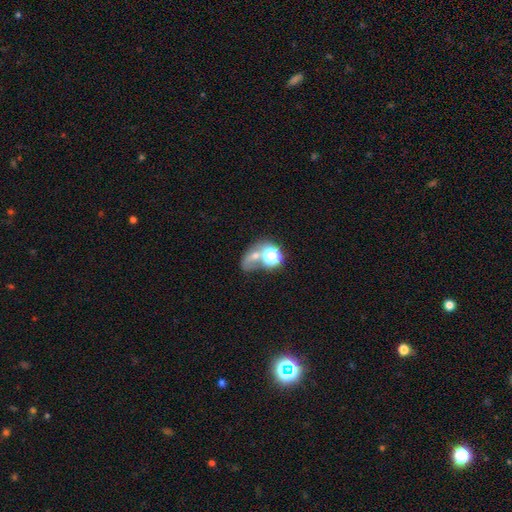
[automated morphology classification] smooth_or_featured: smooth (p=0.44) [alt: star or artifact p=0.33]
merging: merger (p=0.39) [alt: none p=0.32]